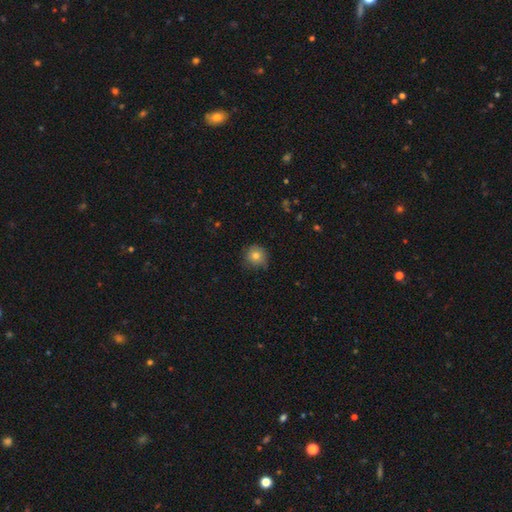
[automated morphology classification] A smooth galaxy with no disk features (77%) that is round (92%).

Vote fractions:
- Smooth or featured? smooth: 77% / featured or disk: 12% / star or artifact: 11%
- How rounded? round: 92% / in between: 7% / cigar-shaped: 1%
- Merging? none: 76% / minor disturbance: 20% / major disturbance: 4% / merger: 1%